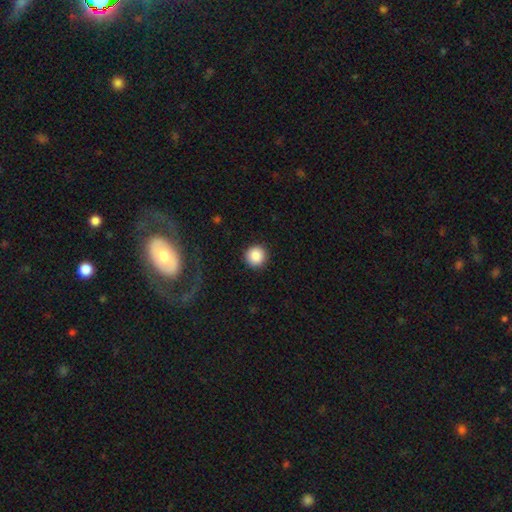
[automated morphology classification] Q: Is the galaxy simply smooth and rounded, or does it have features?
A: smooth — 88%.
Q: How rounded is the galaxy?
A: round — 96%.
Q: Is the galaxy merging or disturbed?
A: none — 91%.